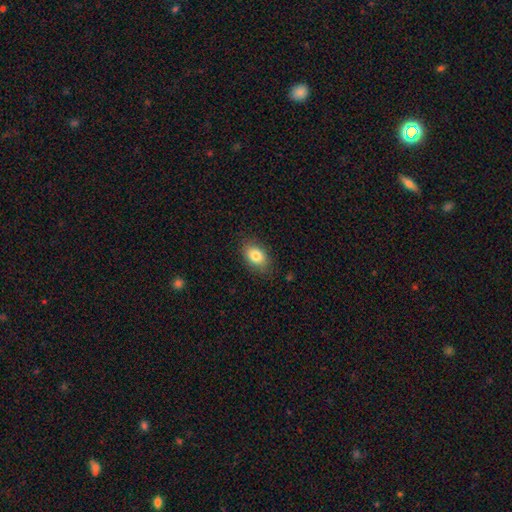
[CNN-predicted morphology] smooth_or_featured: smooth (p=0.83) [alt: featured or disk p=0.09]
how_rounded: in between (p=0.83) [alt: round p=0.15]
merging: none (p=0.84) [alt: minor disturbance p=0.12]